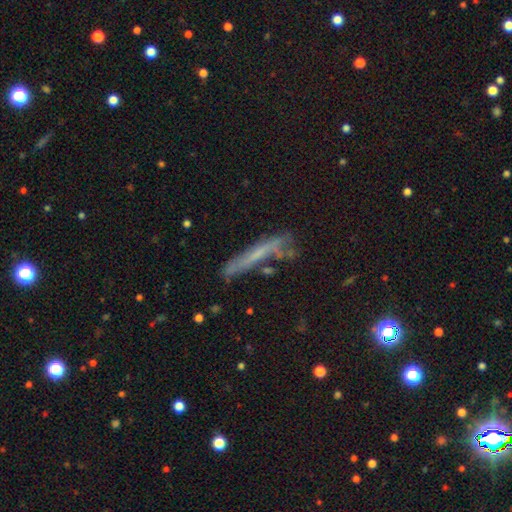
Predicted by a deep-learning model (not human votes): This appears to be a smooth galaxy with no disk features (44%). Merging: none (56%).